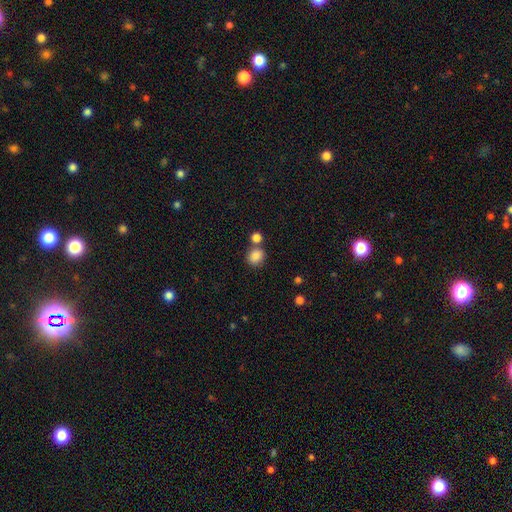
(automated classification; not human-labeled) This appears to be a smooth galaxy with no disk features (85%) that is round (75%). Merging: none (63%).